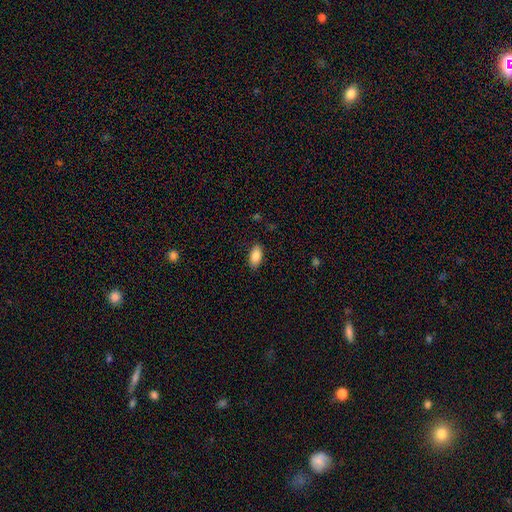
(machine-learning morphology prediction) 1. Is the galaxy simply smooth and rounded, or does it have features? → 88% smooth, 7% star or artifact, 5% featured or disk.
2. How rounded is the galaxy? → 92% in between, 5% cigar-shaped, 3% round.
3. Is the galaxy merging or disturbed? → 86% none, 10% minor disturbance, 2% major disturbance, 1% merger.